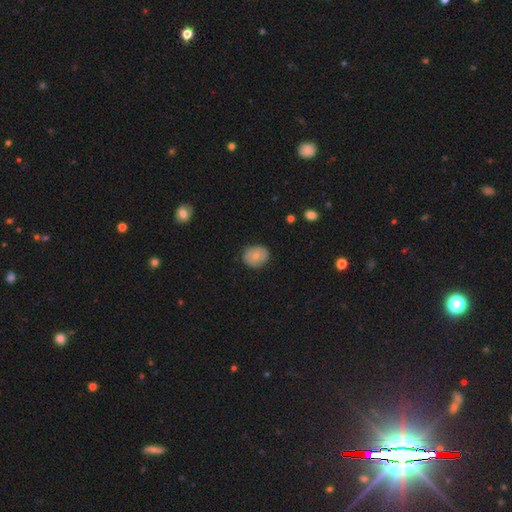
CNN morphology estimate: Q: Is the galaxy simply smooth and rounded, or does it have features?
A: smooth — 68%.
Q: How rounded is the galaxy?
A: round — 66%.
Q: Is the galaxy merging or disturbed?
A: none — 81%.